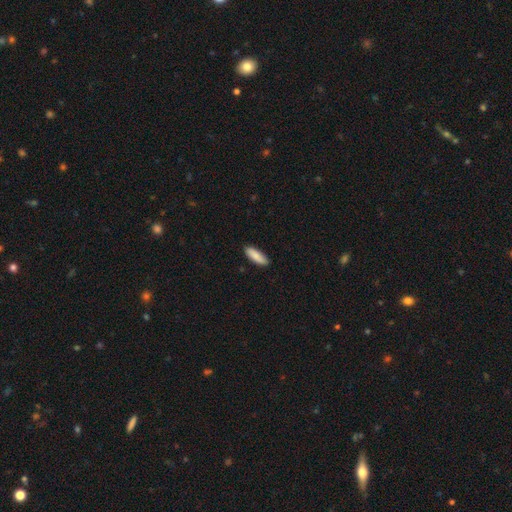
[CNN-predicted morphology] Smooth or featured?
  - smooth: 86% *
  - featured or disk: 9%
  - star or artifact: 6%
How rounded?
  - in between: 56% *
  - cigar-shaped: 43%
  - round: 2%
Merging?
  - none: 88% *
  - minor disturbance: 10%
  - major disturbance: 2%
  - merger: 1%